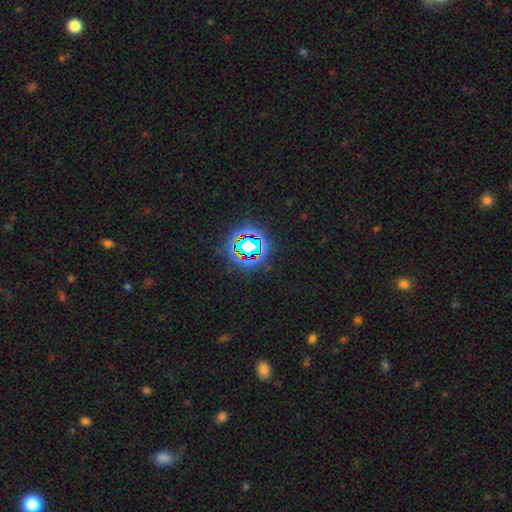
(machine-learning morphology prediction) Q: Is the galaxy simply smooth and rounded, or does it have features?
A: star or artifact — 76%.